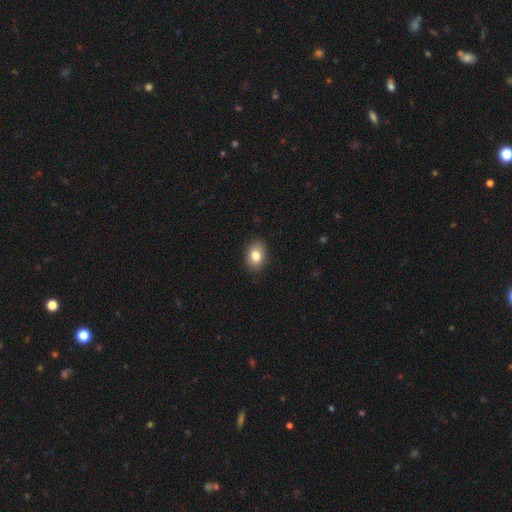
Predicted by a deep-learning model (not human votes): This is clearly a smooth galaxy (83%). How rounded: likely in between (73%). Merging: clearly none (89%).